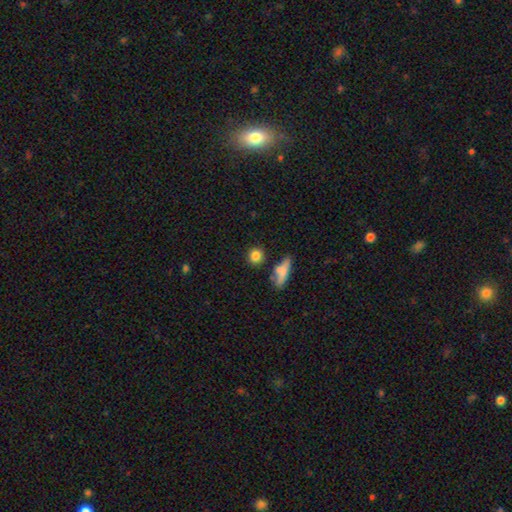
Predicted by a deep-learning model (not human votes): smooth_or_featured: smooth (p=0.84) [alt: star or artifact p=0.09]
how_rounded: round (p=0.84) [alt: in between p=0.13]
merging: none (p=0.80) [alt: minor disturbance p=0.09]